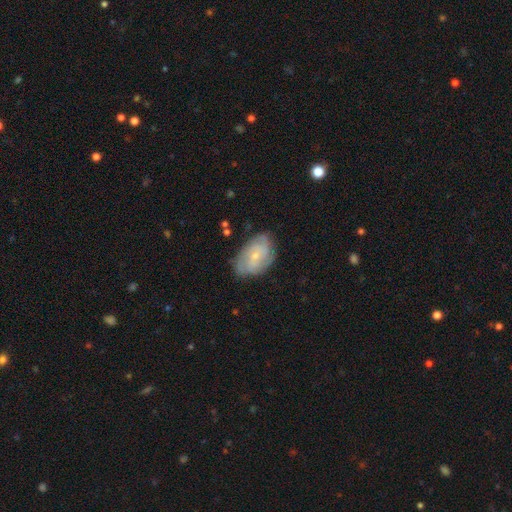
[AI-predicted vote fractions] Smooth or featured: featured or disk — 61% (smooth — 32%)
Edge-on disk: no — 96% (yes — 4%)
Bar: no — 72% (weak — 24%)
Spiral arms: yes — 81% (no — 19%)
Bulge size: small — 75% (moderate — 21%)
Merging: none — 71% (minor disturbance — 22%)